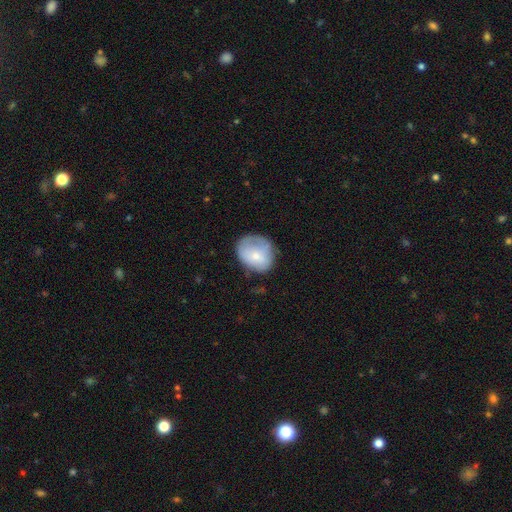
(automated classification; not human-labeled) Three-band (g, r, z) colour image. It shows a smooth galaxy with no disk features (67%) that is round (63%). Merging: none (51%).